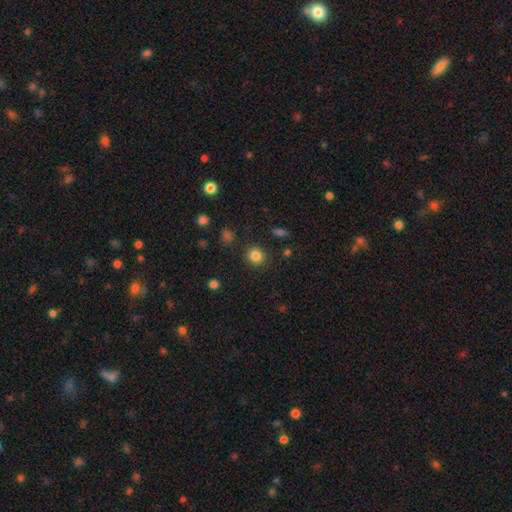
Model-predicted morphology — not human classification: This is clearly a smooth galaxy (84%). How rounded: clearly round (88%). Merging: clearly none (89%).